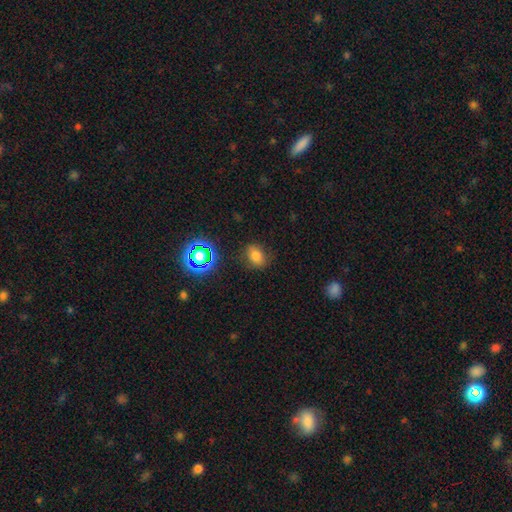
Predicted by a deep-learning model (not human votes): smooth 73%, star or artifact 19%, featured or disk 8%. Down the decision tree: how rounded — in between (60%); merging — none (80%).